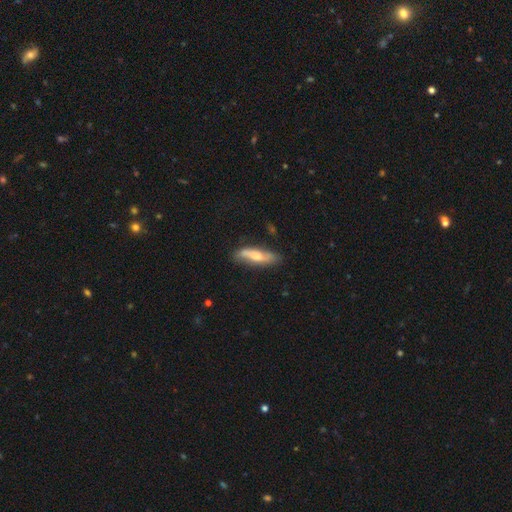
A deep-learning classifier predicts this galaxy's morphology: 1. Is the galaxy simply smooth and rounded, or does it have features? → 52% smooth, 42% featured or disk, 6% star or artifact.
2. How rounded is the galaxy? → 62% cigar-shaped, 36% in between, 2% round.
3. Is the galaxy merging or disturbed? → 72% none, 21% minor disturbance, 5% major disturbance, 2% merger.